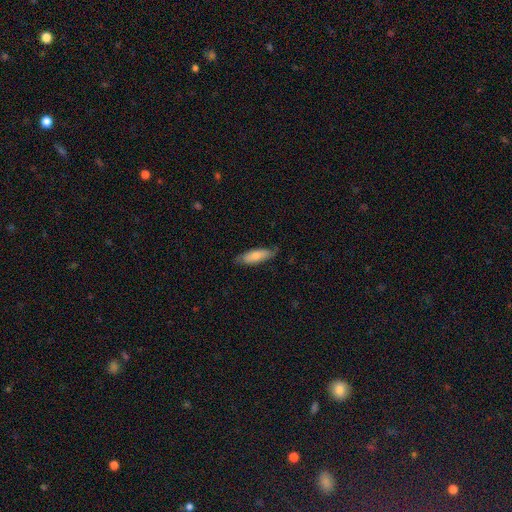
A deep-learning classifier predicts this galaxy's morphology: This appears to be a smooth galaxy with no disk features (72%) that is in between round and cigar-shaped (52%). Merging: none (74%).